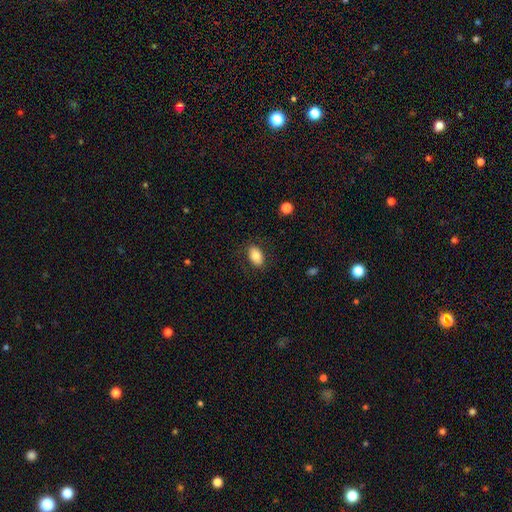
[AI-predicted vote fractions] Smooth or featured: smooth — 80% (featured or disk — 13%)
How rounded: in between — 88% (round — 11%)
Merging: none — 83% (minor disturbance — 12%)